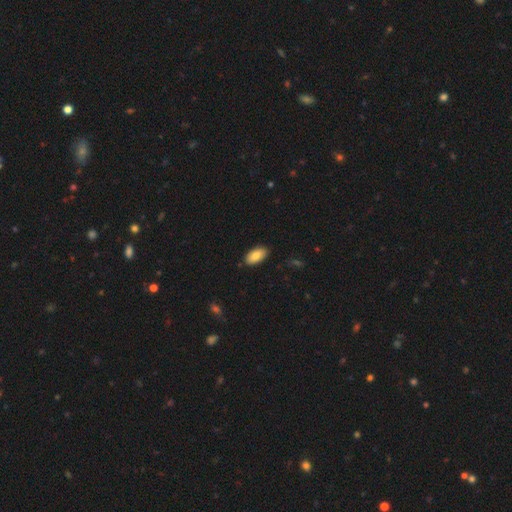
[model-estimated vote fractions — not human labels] Smooth or featured?
  - smooth: 83% *
  - featured or disk: 11%
  - star or artifact: 6%
How rounded?
  - in between: 94% *
  - cigar-shaped: 3%
  - round: 3%
Merging?
  - none: 87% *
  - minor disturbance: 10%
  - major disturbance: 2%
  - merger: 1%